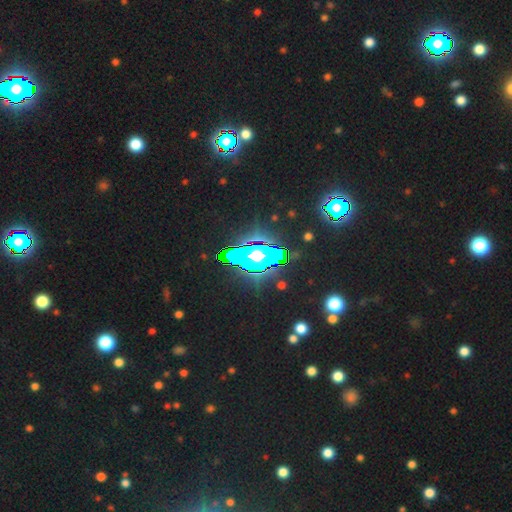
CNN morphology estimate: smooth-or-featured: star or artifact: 57% | smooth: 25% | featured or disk: 18%